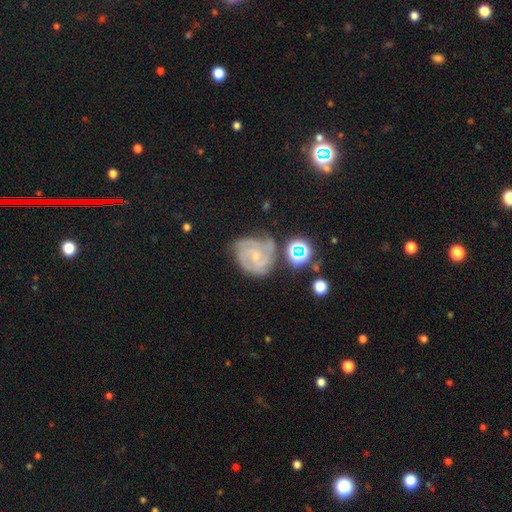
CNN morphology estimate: Smooth or featured? featured or disk (80%)
Edge-on disk? no (98%)
Bar? no (66%)
Spiral arms? yes (96%)
Spiral winding? tight (64%)
Spiral arm count? 3 (46%)
Bulge size? small (69%)
Merging? none (61%)